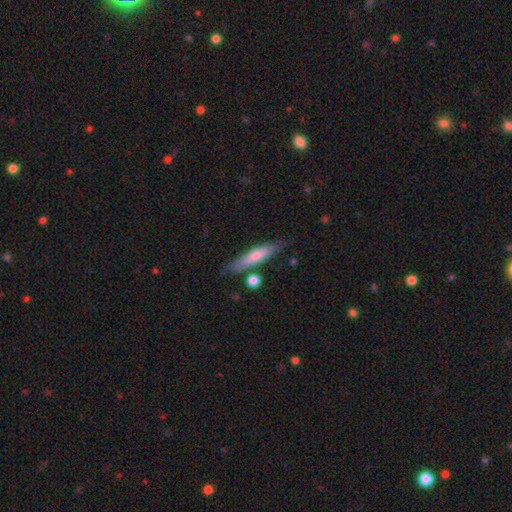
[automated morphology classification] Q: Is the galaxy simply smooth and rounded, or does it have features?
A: smooth — 52%.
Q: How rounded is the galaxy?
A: cigar-shaped — 89%.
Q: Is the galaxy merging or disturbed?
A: none — 81%.